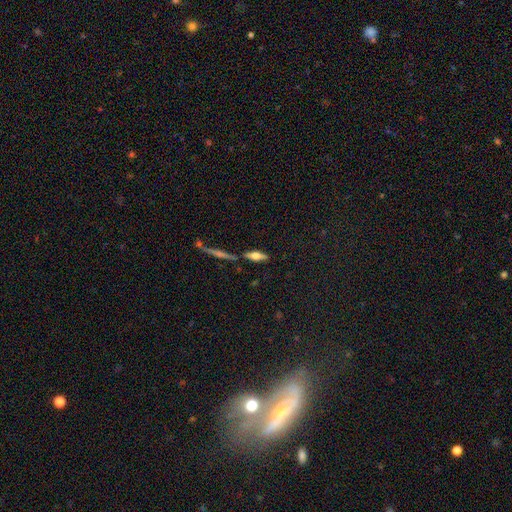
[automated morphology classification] smooth-or-featured: smooth: 48% | featured or disk: 42% | star or artifact: 10%
  merging: none: 73% | minor disturbance: 13% | merger: 10% | major disturbance: 4%